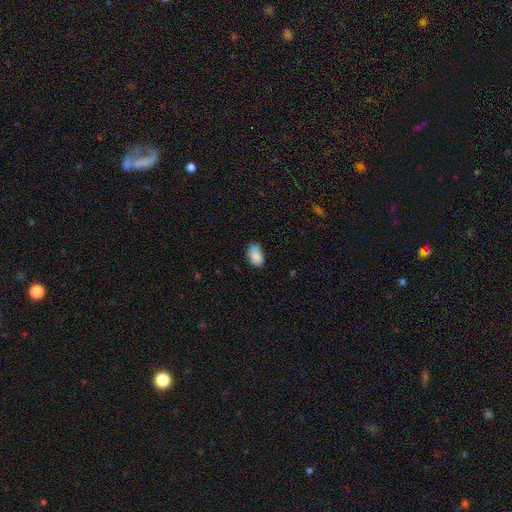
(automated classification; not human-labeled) This appears to be a smooth galaxy with no disk features (88%) that is in between round and cigar-shaped (92%). Merging: none (74%).